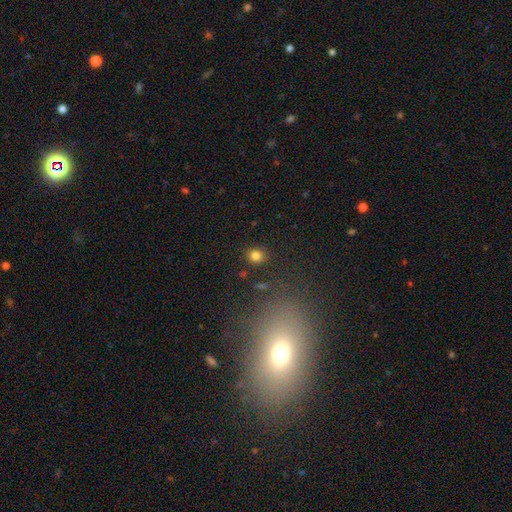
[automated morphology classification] Overall: smooth (81%). How rounded: round (73%). Merging: none (86%).